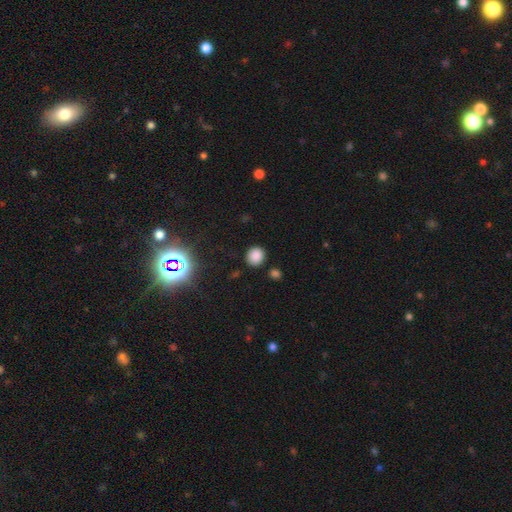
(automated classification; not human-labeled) A smooth galaxy with no disk features (82%) that is round (80%). Merging: none (86%).